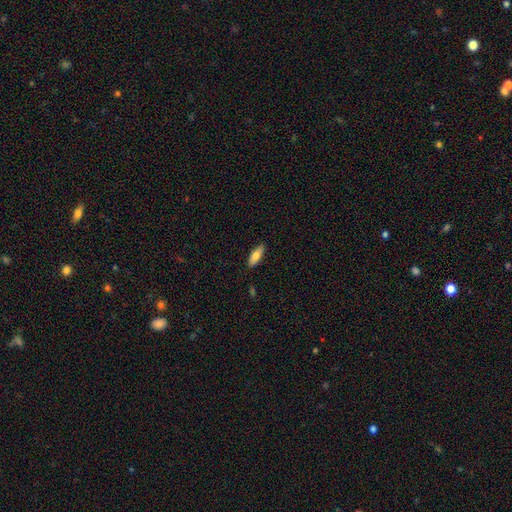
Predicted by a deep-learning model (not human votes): Overall: smooth (76%). How rounded: in between (67%; cigar-shaped 31%). Merging: none (87%).